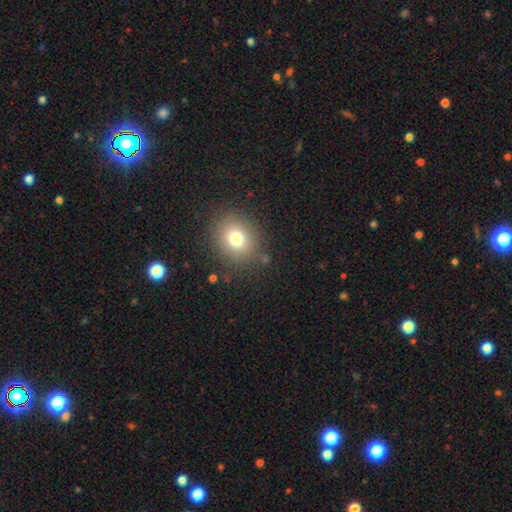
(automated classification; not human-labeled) Q: Smooth or featured?
A: smooth (71%); runner-up: star or artifact (20%)
Q: How rounded?
A: round (75%); runner-up: in between (24%)
Q: Merging?
A: none (87%); runner-up: minor disturbance (8%)